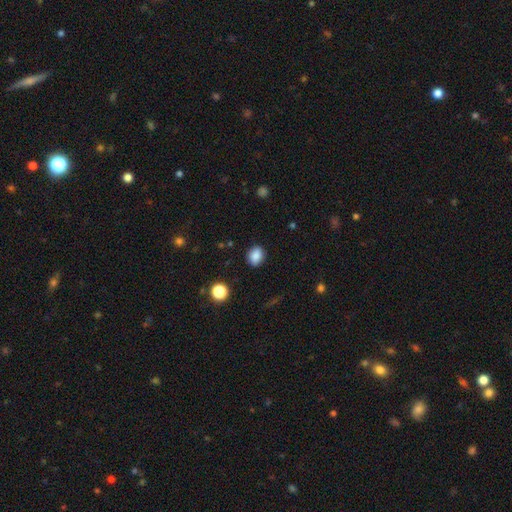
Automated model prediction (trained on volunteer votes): This is clearly a smooth galaxy (85%). How rounded: possibly in between (52%). Merging: clearly none (85%).